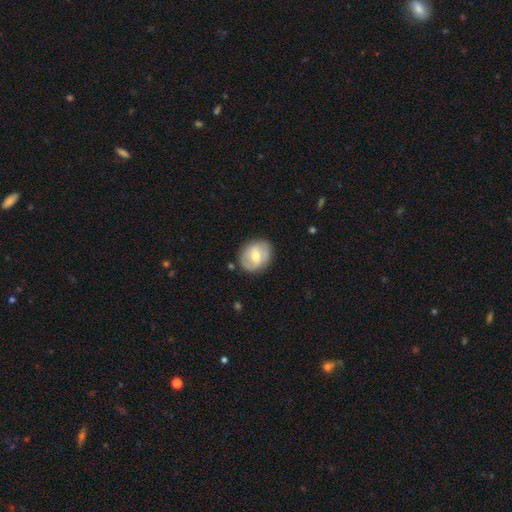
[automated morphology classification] This is possibly a featured or disk galaxy (51%). It is clearly not viewed edge-on (95%). Merging: likely none (80%).